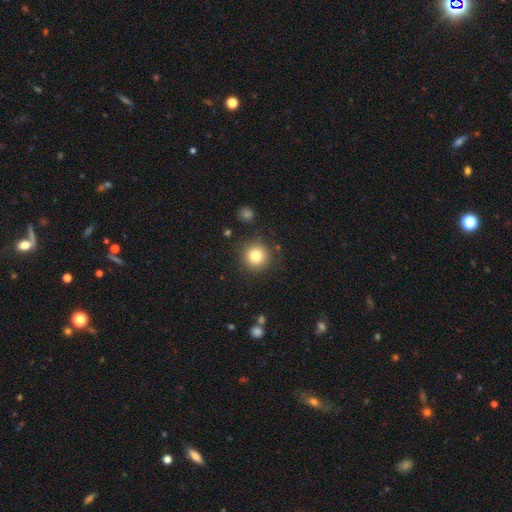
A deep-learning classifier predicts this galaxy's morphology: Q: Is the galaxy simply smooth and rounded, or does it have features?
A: smooth — 82%.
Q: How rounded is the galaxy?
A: round — 94%.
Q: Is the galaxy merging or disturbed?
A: none — 87%.